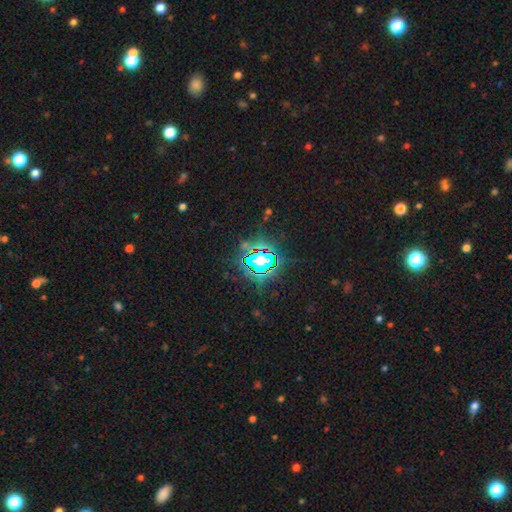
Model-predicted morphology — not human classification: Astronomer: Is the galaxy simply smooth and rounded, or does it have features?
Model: star or artifact — 81%.